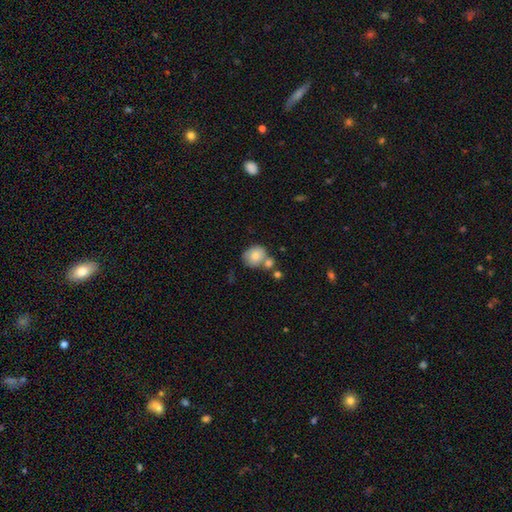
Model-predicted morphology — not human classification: The model was most divided on "merging": none: 50%, merger: 29%, minor disturbance: 16%, major disturbance: 5%. More confident: smooth or featured — smooth (79%); how rounded — round (68%).